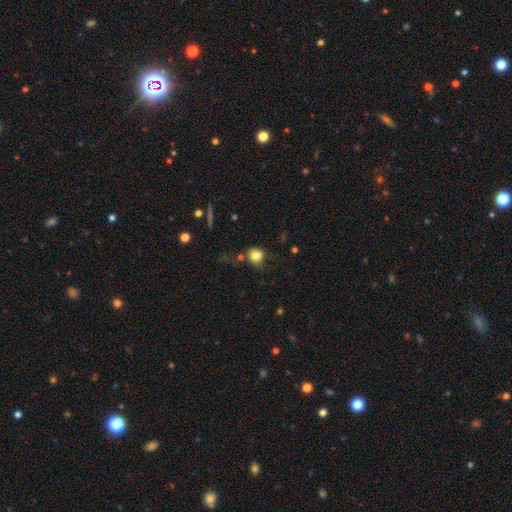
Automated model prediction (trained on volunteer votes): Morphology: type=smooth (80%); roundness=round (84%); merging=none (59%).